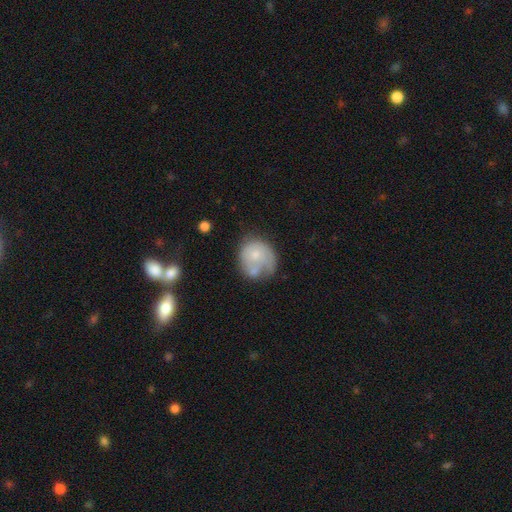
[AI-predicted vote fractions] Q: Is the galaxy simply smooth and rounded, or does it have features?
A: smooth — 52%.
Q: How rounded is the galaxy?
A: round — 74%.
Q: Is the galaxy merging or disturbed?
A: none — 39%.